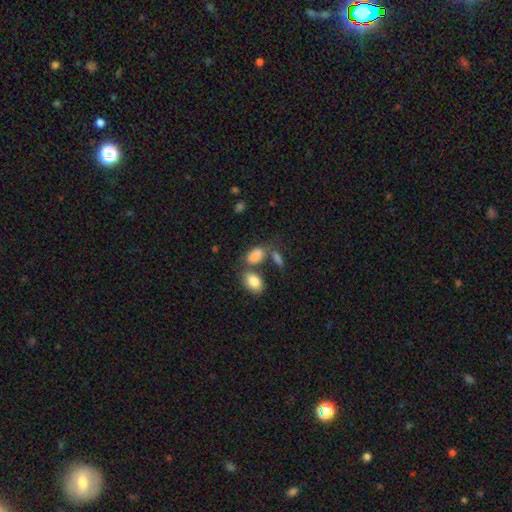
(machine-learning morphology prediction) Smooth or featured? smooth (84%)
How rounded? in between (91%)
Merging? none (45%)